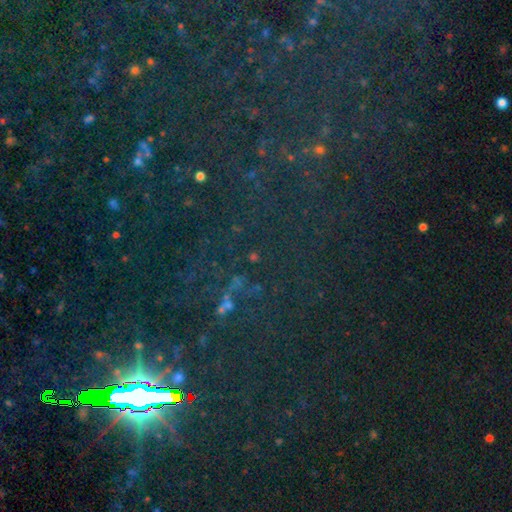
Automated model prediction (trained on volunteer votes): This appears to be a star or artifact, not a galaxy (82%).